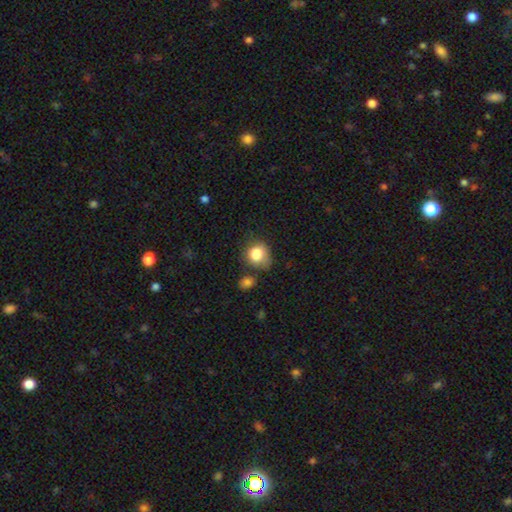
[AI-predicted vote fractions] Smooth or featured: smooth — 82% (star or artifact — 9%)
How rounded: round — 66% (in between — 33%)
Merging: none — 48% (minor disturbance — 28%)